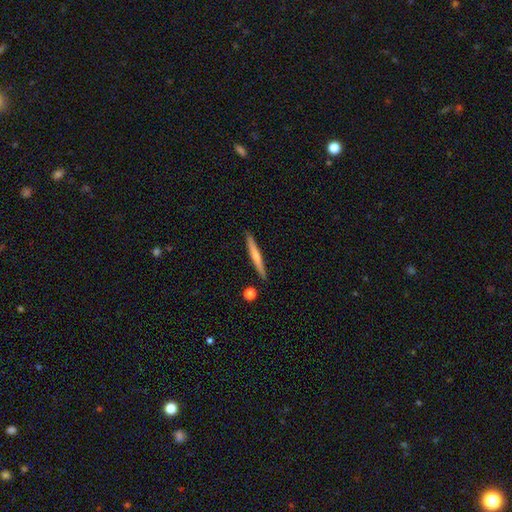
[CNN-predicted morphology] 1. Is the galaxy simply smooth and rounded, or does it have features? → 53% smooth, 42% featured or disk, 6% star or artifact.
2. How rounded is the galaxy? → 95% cigar-shaped, 3% in between, 1% round.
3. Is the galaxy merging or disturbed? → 88% none, 7% minor disturbance, 3% merger, 2% major disturbance.